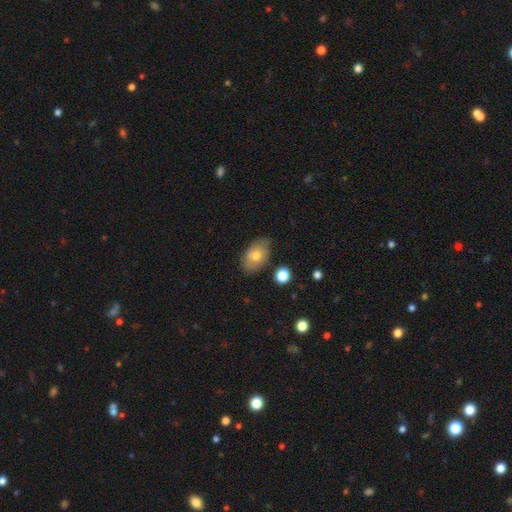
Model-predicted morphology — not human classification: smooth_or_featured: smooth (p=0.70) [alt: featured or disk p=0.22]
how_rounded: in between (p=0.87) [alt: round p=0.12]
merging: none (p=0.70) [alt: minor disturbance p=0.21]